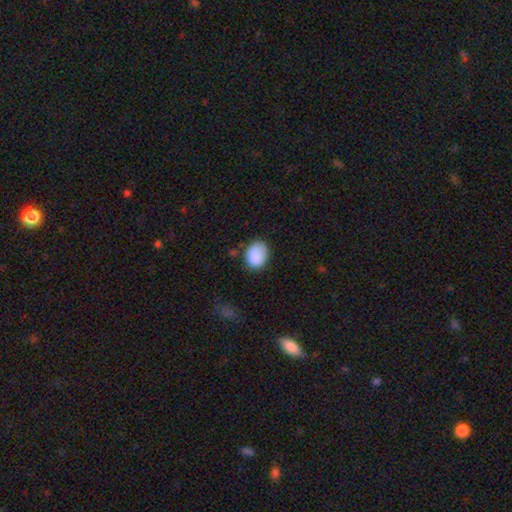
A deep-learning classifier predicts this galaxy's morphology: This is clearly a smooth galaxy (87%). How rounded: likely in between (61%). Merging: likely none (69%).